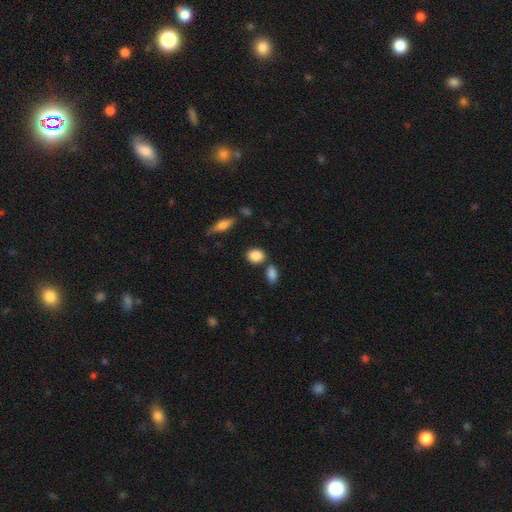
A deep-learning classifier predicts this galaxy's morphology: Smooth or featured? smooth (87%)
How rounded? in between (58%)
Merging? none (73%)